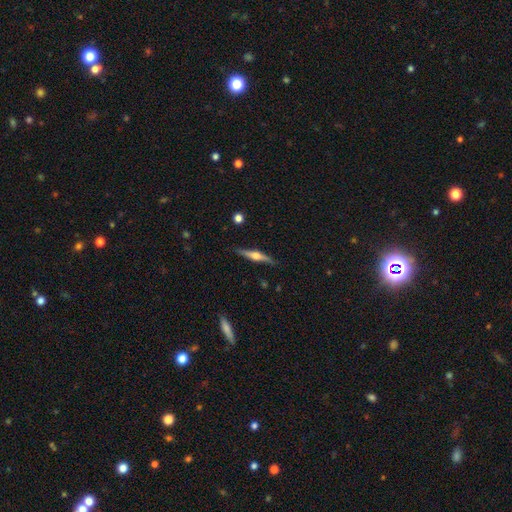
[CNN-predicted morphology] A featured or disk galaxy (69%) viewed edge-on (97%) with a rounded central bulge (92%).

Vote fractions:
- Smooth or featured? featured or disk: 69% / smooth: 26% / star or artifact: 6%
- Edge-on disk? yes: 97% / no: 3%
- Edge-on bulge? rounded: 92% / boxy: 5% / none: 3%
- Merging? none: 87% / minor disturbance: 9% / major disturbance: 2% / merger: 1%